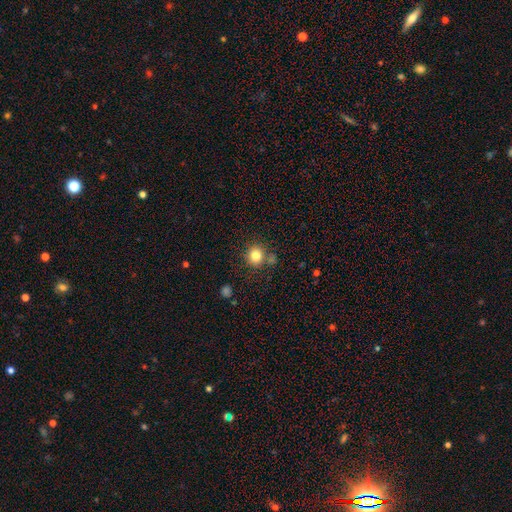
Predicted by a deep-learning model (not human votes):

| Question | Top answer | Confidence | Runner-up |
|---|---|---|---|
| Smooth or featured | smooth | 83% | star or artifact (11%) |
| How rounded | round | 85% | in between (14%) |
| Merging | none | 78% | minor disturbance (11%) |